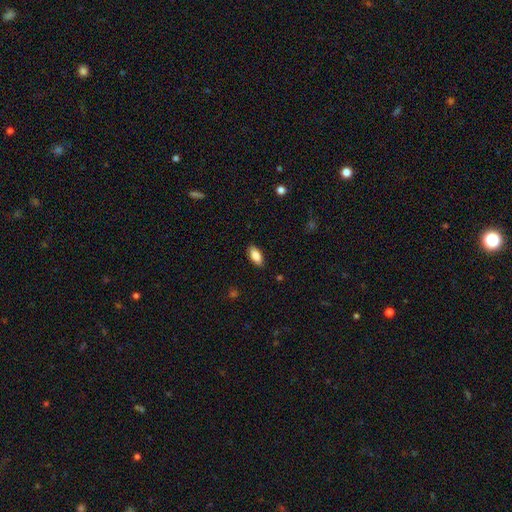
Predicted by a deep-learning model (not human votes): smooth 84%, featured or disk 9%, star or artifact 7%. Down the decision tree: how rounded — in between (87%); merging — none (87%).